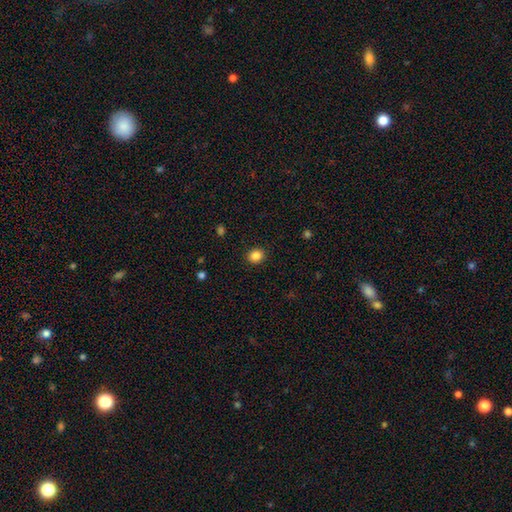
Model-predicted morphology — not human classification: Smooth or featured? Predicted: smooth (p=0.86). How rounded? Predicted: round (p=0.77). Merging? Predicted: none (p=0.90).